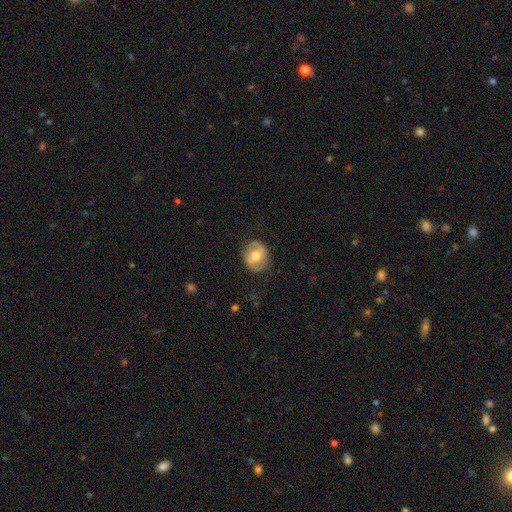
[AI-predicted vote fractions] smooth 48%, featured or disk 45%, star or artifact 7%. Down the decision tree: merging — none (80%).